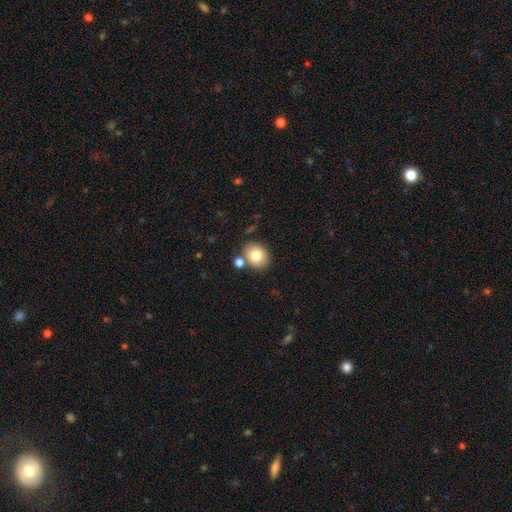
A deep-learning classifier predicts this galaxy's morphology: smooth_or_featured: smooth (p=0.80) [alt: featured or disk p=0.10]
how_rounded: round (p=0.70) [alt: in between p=0.29]
merging: none (p=0.73) [alt: merger p=0.14]